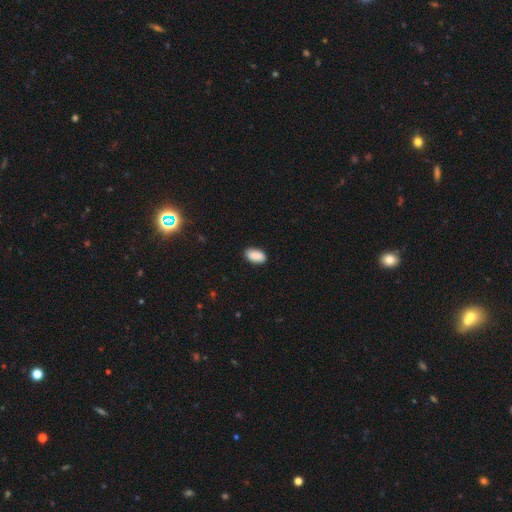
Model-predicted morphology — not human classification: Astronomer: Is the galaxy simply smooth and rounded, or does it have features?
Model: smooth — 90%.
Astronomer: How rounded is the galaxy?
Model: in between — 94%.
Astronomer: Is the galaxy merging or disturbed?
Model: none — 86%.